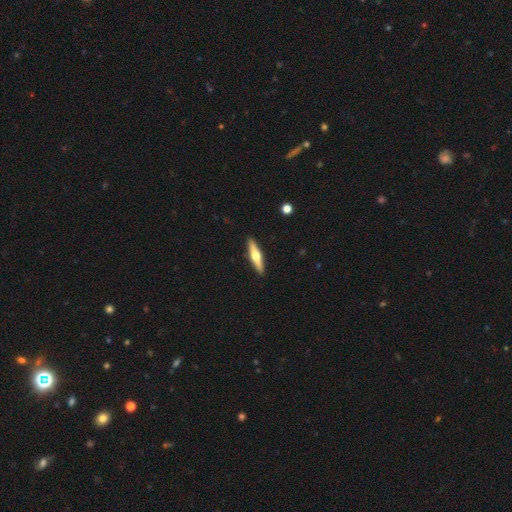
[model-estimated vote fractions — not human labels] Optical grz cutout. It shows a featured or disk galaxy (62%) viewed edge-on (96%) with a rounded central bulge (95%). Merging: none (91%).